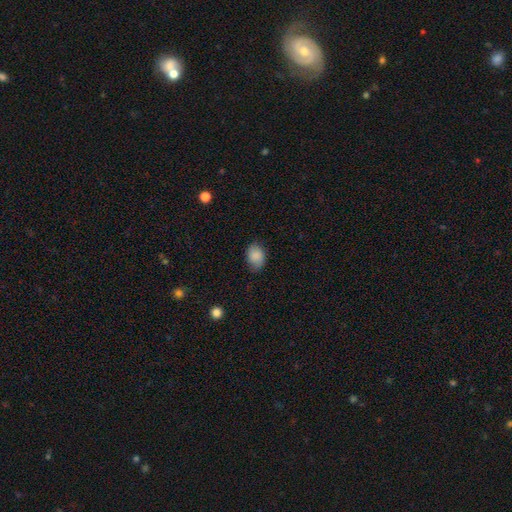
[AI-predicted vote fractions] Q: Smooth or featured?
A: smooth (85%); runner-up: star or artifact (8%)
Q: How rounded?
A: in between (67%); runner-up: round (32%)
Q: Merging?
A: none (72%); runner-up: minor disturbance (22%)